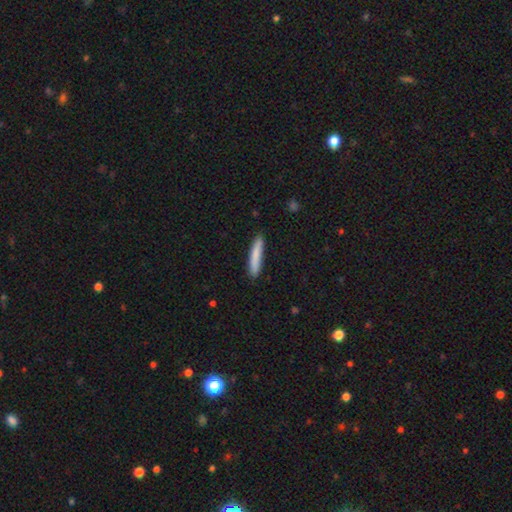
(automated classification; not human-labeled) Q: Smooth or featured?
A: smooth (81%); runner-up: featured or disk (13%)
Q: How rounded?
A: cigar-shaped (92%); runner-up: in between (7%)
Q: Merging?
A: none (88%); runner-up: minor disturbance (9%)